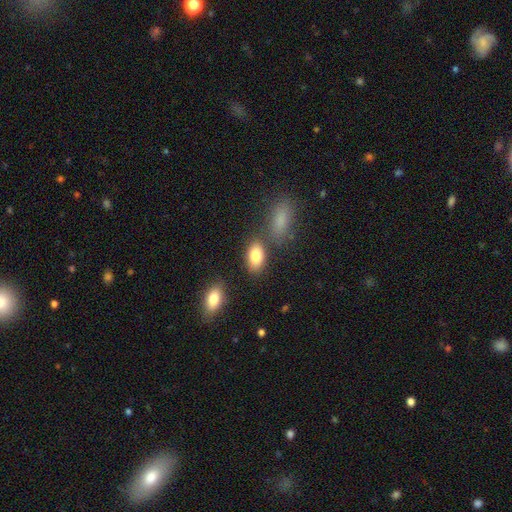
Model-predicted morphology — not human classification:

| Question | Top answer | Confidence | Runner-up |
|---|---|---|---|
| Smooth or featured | smooth | 84% | featured or disk (8%) |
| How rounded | in between | 91% | round (6%) |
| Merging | none | 72% | minor disturbance (13%) |